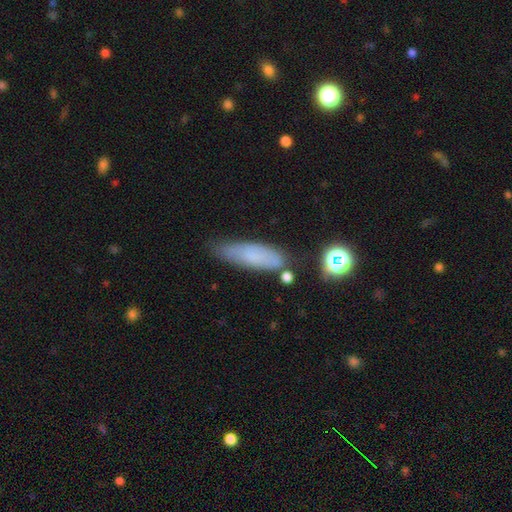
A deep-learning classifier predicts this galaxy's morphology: This is likely a smooth galaxy (70%). How rounded: possibly cigar-shaped (51%). Merging: likely none (66%).